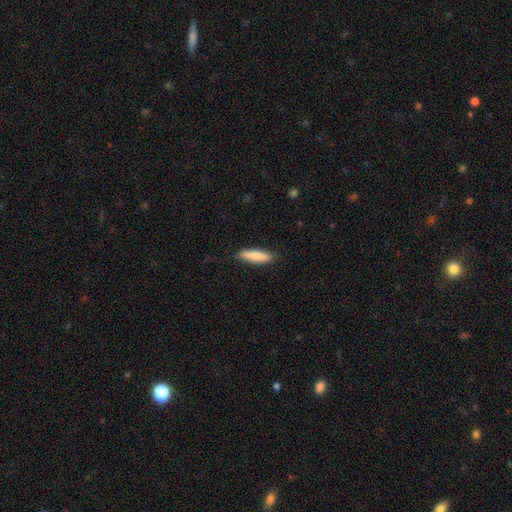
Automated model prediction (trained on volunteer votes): Morphology: type=smooth (83%); roundness=cigar-shaped (70%); merging=none (85%).